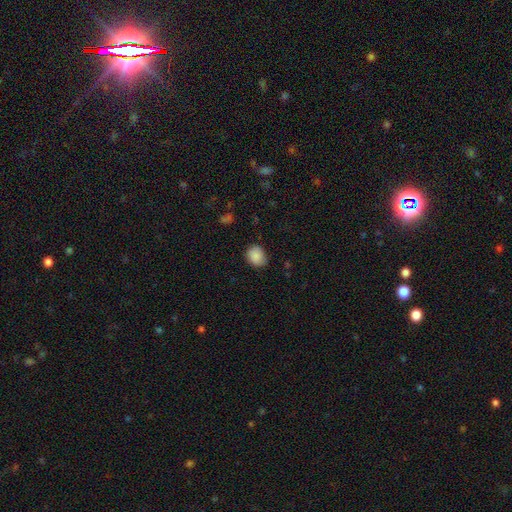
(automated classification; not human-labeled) Smooth or featured?
  - smooth: 88% *
  - star or artifact: 8%
  - featured or disk: 4%
How rounded?
  - round: 63% *
  - in between: 37%
  - cigar-shaped: 1%
Merging?
  - none: 78% *
  - minor disturbance: 17%
  - major disturbance: 3%
  - merger: 1%